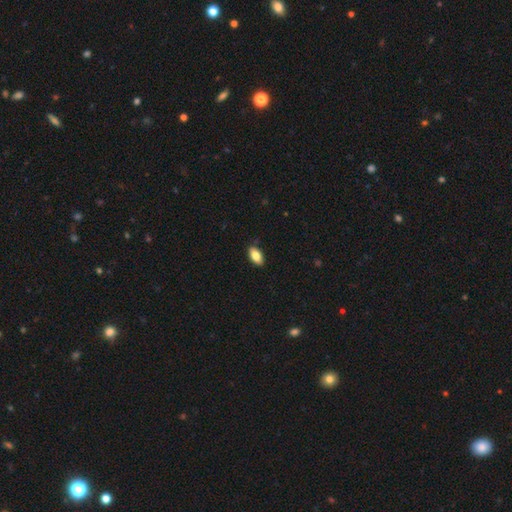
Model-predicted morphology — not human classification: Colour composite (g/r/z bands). It shows a smooth galaxy with no disk features (81%) that is in between round and cigar-shaped (91%). Merging: none (88%).